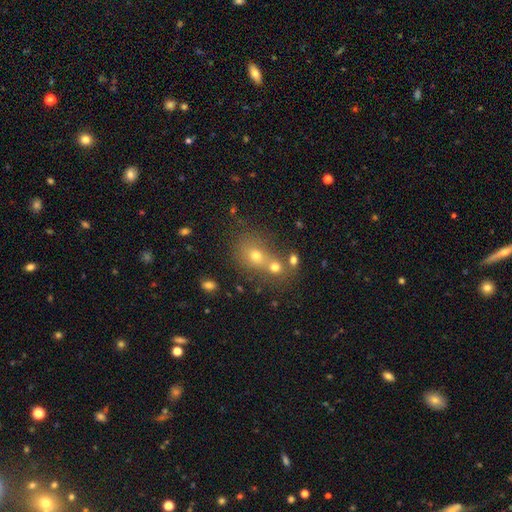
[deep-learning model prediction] A smooth galaxy with no disk features (67%) that is round (61%).

Vote fractions:
- Smooth or featured? smooth: 67% / star or artifact: 17% / featured or disk: 16%
- How rounded? round: 61% / in between: 38% / cigar-shaped: 1%
- Merging? merger: 50% / none: 36% / minor disturbance: 9% / major disturbance: 5%